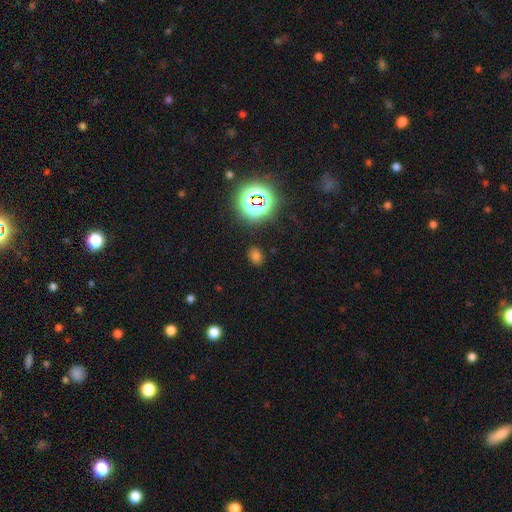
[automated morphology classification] A smooth galaxy with no disk features (65%) that is in between round and cigar-shaped (61%).

Vote fractions:
- Smooth or featured? smooth: 65% / star or artifact: 29% / featured or disk: 6%
- How rounded? in between: 61% / round: 38% / cigar-shaped: 1%
- Merging? none: 84% / minor disturbance: 10% / major disturbance: 4% / merger: 2%